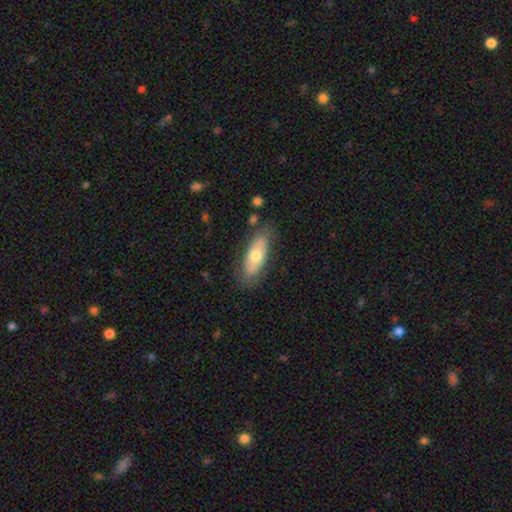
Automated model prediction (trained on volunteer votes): A smooth galaxy with no disk features (58%) that is in between round and cigar-shaped (76%). Merging: none (77%).